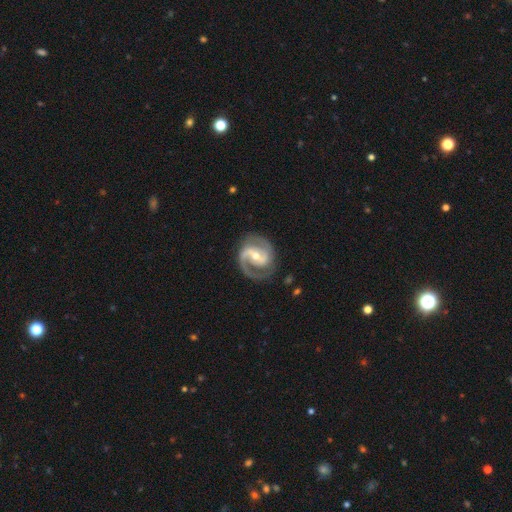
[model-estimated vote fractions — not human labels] Morphology: type=featured or disk (91%); edge-on=no (98%); bar=weak (43%); spiral arms=yes (98%); winding=medium (56%); arm count=2 (87%); bulge=moderate (59%); merging=none (79%).